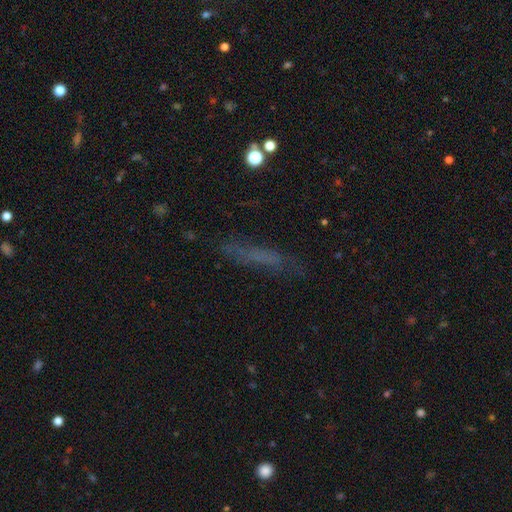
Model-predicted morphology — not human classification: smooth_or_featured: smooth (p=0.52) [alt: featured or disk p=0.31]
how_rounded: cigar-shaped (p=0.83) [alt: in between p=0.15]
merging: none (p=0.71) [alt: minor disturbance p=0.18]